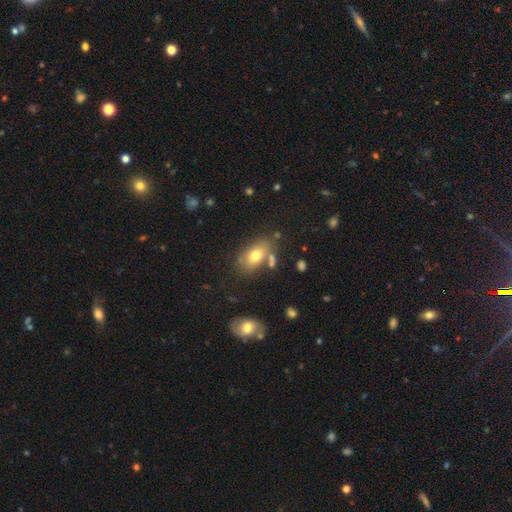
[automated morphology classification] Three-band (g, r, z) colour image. It shows a smooth galaxy with no disk features (73%) that is in between round and cigar-shaped (86%). Merging: none (65%).